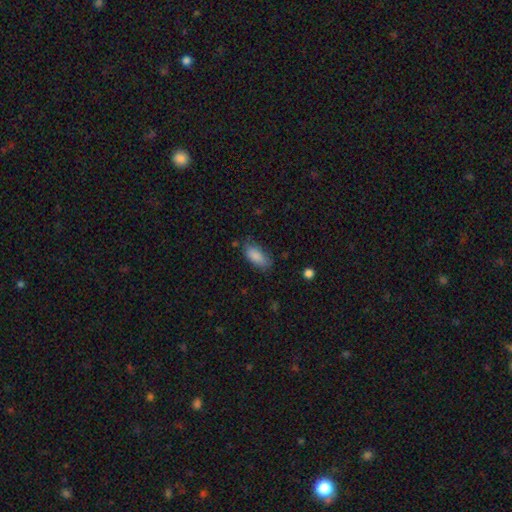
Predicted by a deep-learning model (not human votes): smooth-or-featured: smooth: 86% | star or artifact: 7% | featured or disk: 6%
  how-rounded: in between: 87% | cigar-shaped: 11% | round: 2%
  merging: none: 69% | minor disturbance: 24% | major disturbance: 6% | merger: 2%